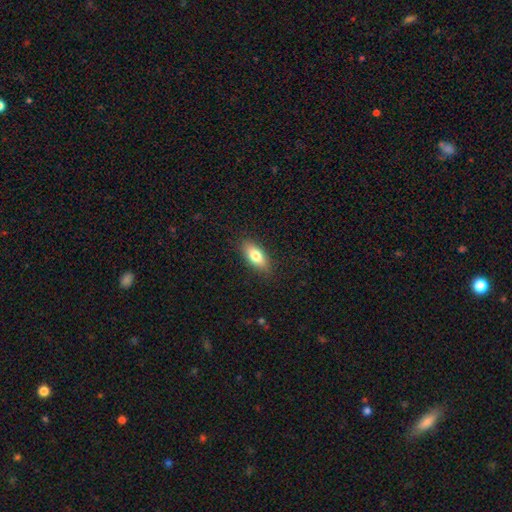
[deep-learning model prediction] Smooth or featured: smooth — 75% (featured or disk — 18%)
How rounded: in between — 79% (cigar-shaped — 17%)
Merging: none — 86% (minor disturbance — 10%)